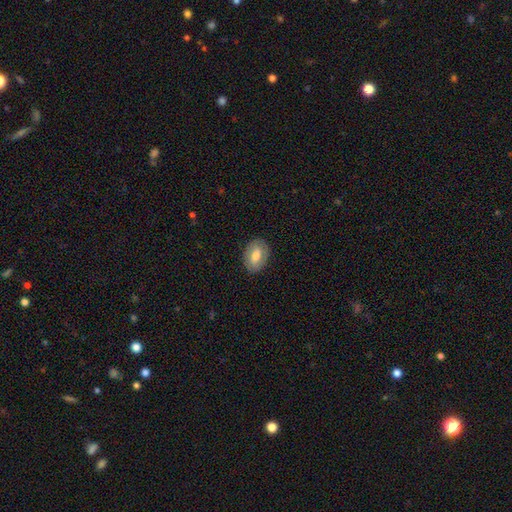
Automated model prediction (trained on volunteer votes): Smooth or featured? smooth (65%)
How rounded? in between (82%)
Merging? none (85%)